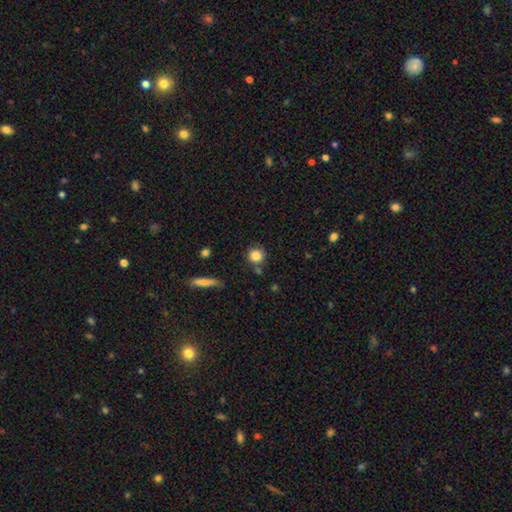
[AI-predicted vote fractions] Smooth or featured? Predicted: smooth (p=0.84). How rounded? Predicted: round (p=0.91). Merging? Predicted: none (p=0.80).